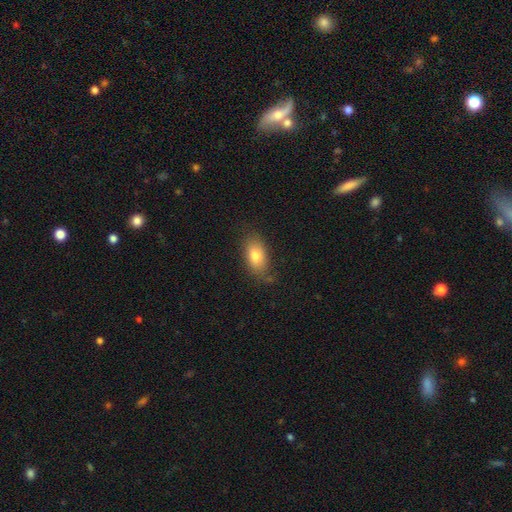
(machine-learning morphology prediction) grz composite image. It shows a smooth galaxy with no disk features (79%) that is in between round and cigar-shaped (88%). Merging: none (74%).